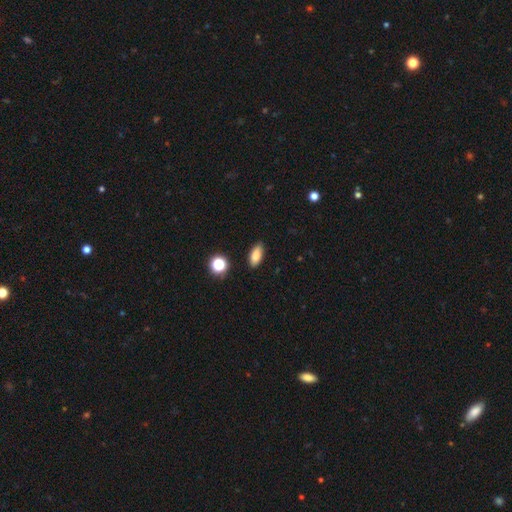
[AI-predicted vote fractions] A smooth galaxy with no disk features (84%) that is in between round and cigar-shaped (83%).

Vote fractions:
- Smooth or featured? smooth: 84% / star or artifact: 9% / featured or disk: 6%
- How rounded? in between: 83% / cigar-shaped: 12% / round: 5%
- Merging? none: 87% / minor disturbance: 10% / major disturbance: 2% / merger: 2%